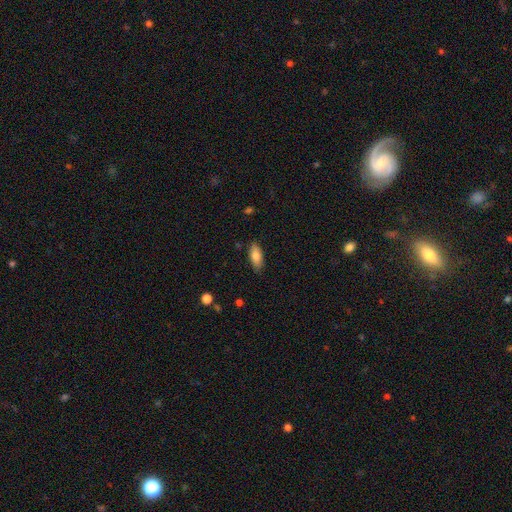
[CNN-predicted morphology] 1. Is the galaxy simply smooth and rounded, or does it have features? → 81% smooth, 13% featured or disk, 7% star or artifact.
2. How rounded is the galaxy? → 79% in between, 18% cigar-shaped, 2% round.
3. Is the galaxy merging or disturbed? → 84% none, 12% minor disturbance, 2% major disturbance, 1% merger.